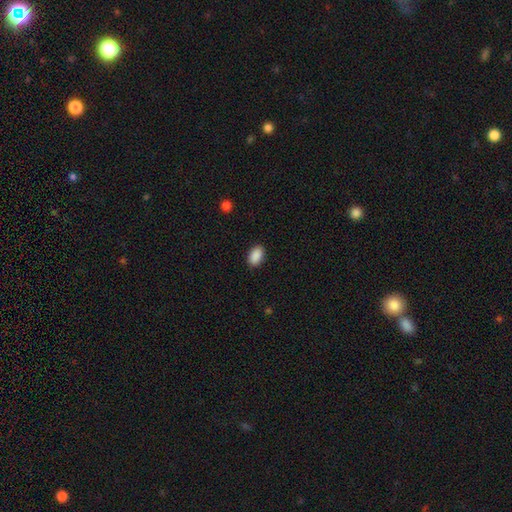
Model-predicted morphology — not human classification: Q: Smooth or featured?
A: smooth (90%); runner-up: star or artifact (7%)
Q: How rounded?
A: in between (91%); runner-up: round (8%)
Q: Merging?
A: none (89%); runner-up: minor disturbance (8%)